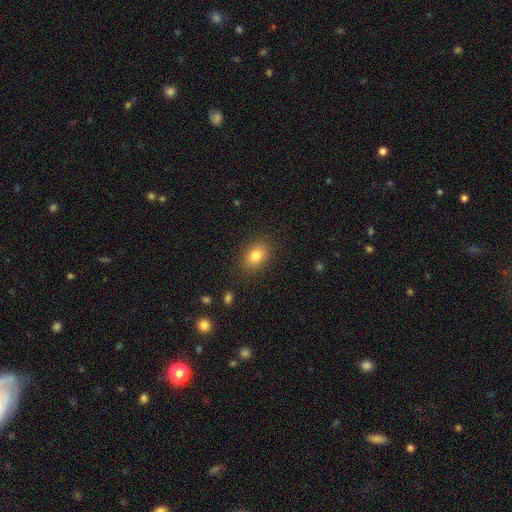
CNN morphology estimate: A smooth galaxy with no disk features (81%) that is in between round and cigar-shaped (72%). Merging: none (85%).